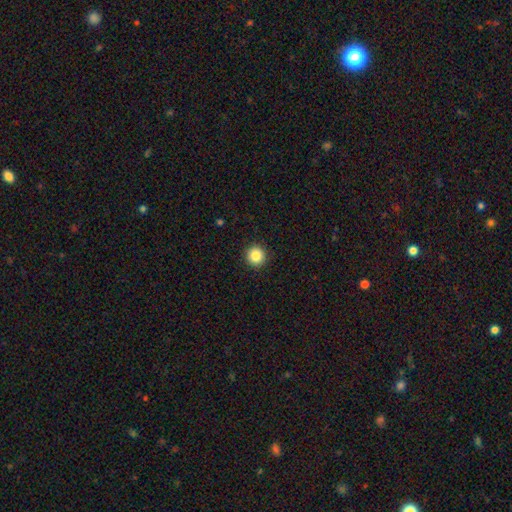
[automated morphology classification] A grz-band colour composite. It shows a smooth galaxy with no disk features (85%) that is round (95%). Merging: none (93%).